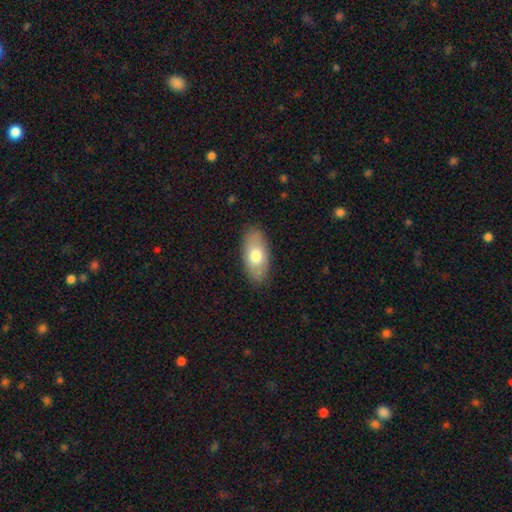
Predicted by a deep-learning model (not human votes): Overall: smooth (72%). How rounded: in between (91%). Merging: none (84%).